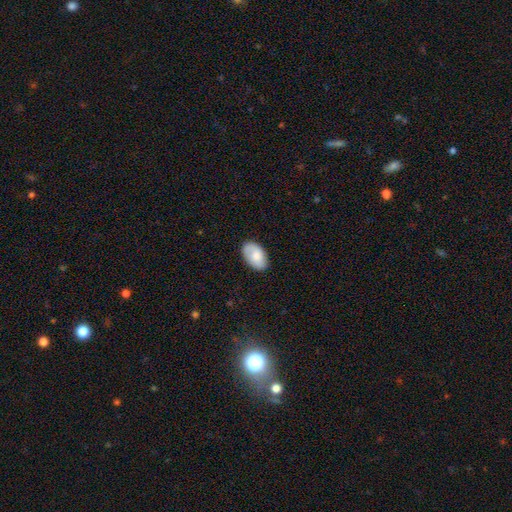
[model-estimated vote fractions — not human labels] The model was most divided on "smooth or featured": smooth: 69%, featured or disk: 25%, star or artifact: 7%. More confident: how rounded — in between (93%); merging — none (82%).